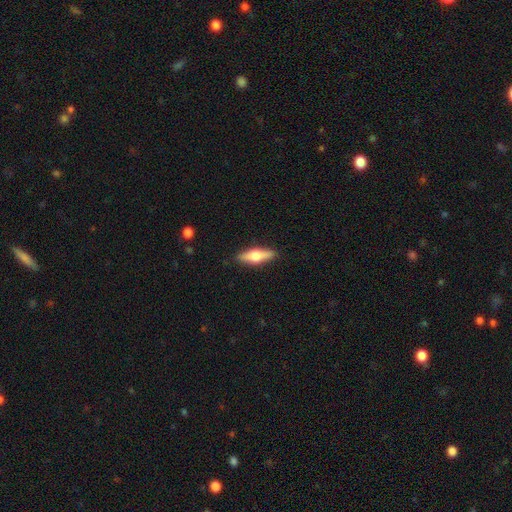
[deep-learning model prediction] Smooth or featured? smooth (53%)
How rounded? cigar-shaped (52%)
Merging? none (89%)